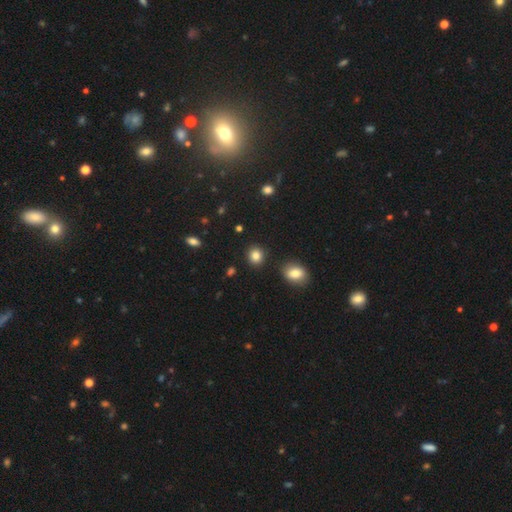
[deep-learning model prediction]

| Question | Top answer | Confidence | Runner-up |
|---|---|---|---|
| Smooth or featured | smooth | 85% | star or artifact (10%) |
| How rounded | round | 80% | in between (19%) |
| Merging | none | 89% | minor disturbance (6%) |